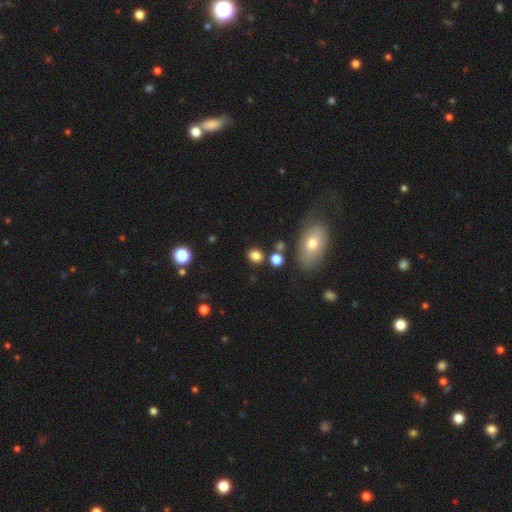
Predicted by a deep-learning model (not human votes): Morphology: type=smooth (82%); roundness=round (58%); merging=none (80%).